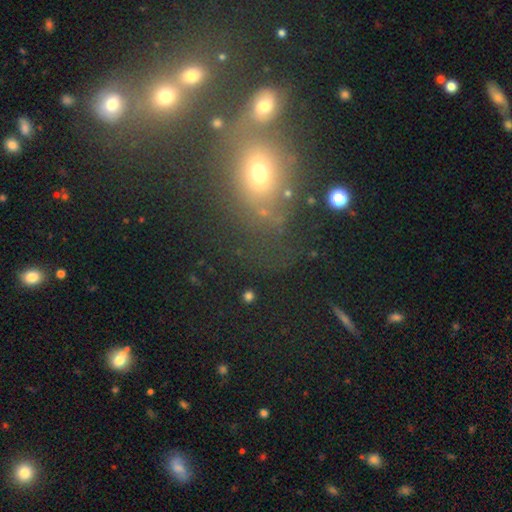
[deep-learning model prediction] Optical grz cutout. It shows a smooth galaxy with no disk features (46%). Merging: none (58%).